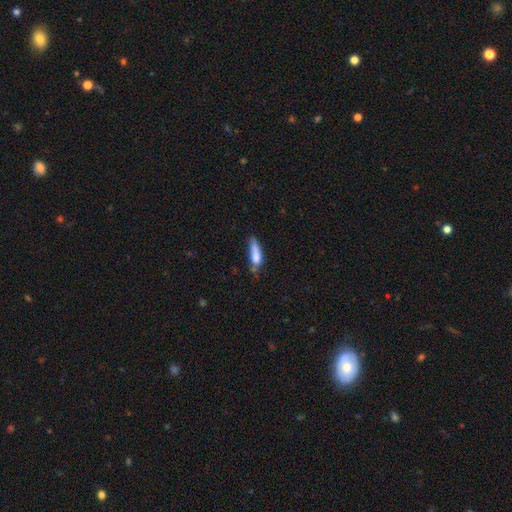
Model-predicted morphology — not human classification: Smooth or featured? Predicted: smooth (p=0.73). How rounded? Predicted: cigar-shaped (p=0.59). Merging? Predicted: none (p=0.40).